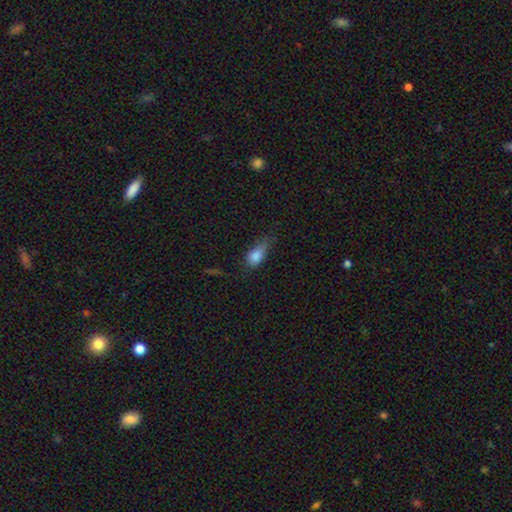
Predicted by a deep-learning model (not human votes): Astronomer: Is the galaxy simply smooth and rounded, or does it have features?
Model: smooth — 81%.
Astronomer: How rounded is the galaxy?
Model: in between — 82%.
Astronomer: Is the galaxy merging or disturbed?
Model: minor disturbance — 41% (runner-up: none, 35%).